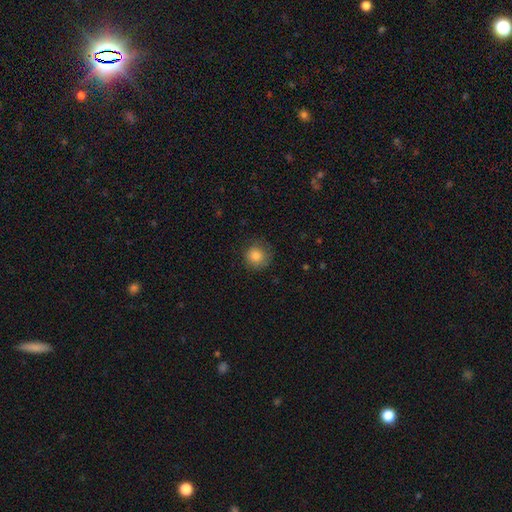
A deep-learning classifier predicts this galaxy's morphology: Overall: smooth (84%). How rounded: round (91%). Merging: none (75%).